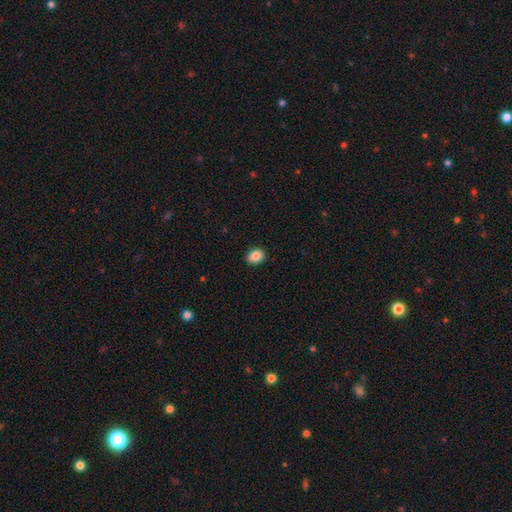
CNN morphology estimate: The model was most divided on "how rounded": in between: 51%, round: 48%, cigar-shaped: 1%. More confident: merging — none (90%); smooth or featured — smooth (87%).